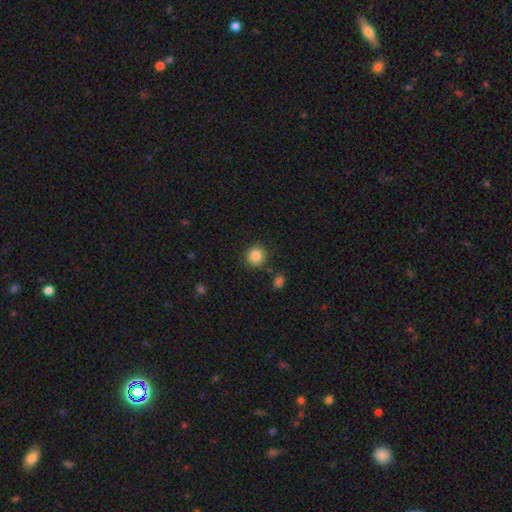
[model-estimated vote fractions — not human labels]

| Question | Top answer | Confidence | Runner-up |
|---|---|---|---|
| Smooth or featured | smooth | 86% | star or artifact (10%) |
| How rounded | round | 90% | in between (9%) |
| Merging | none | 88% | minor disturbance (7%) |